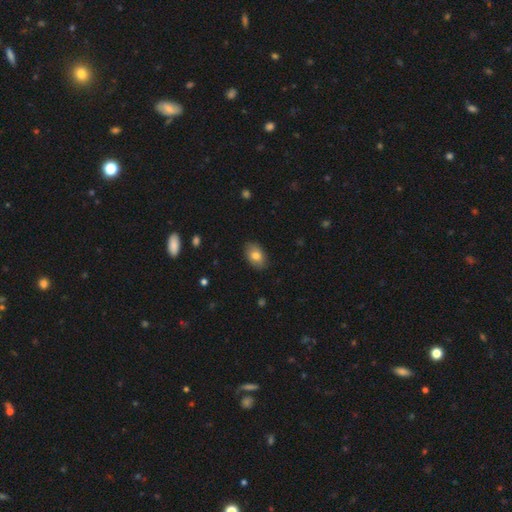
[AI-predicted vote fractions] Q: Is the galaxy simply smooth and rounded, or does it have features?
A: smooth — 79%.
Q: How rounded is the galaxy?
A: in between — 87%.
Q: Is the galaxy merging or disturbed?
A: none — 86%.